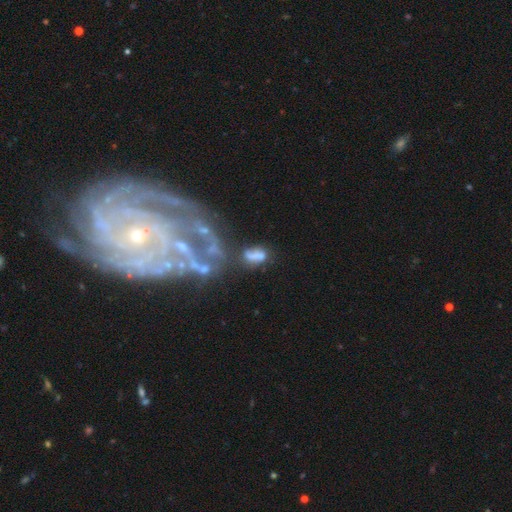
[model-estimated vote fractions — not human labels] smooth-or-featured: smooth: 49% | featured or disk: 36% | star or artifact: 15%
  merging: none: 32% | merger: 26% | major disturbance: 23% | minor disturbance: 19%